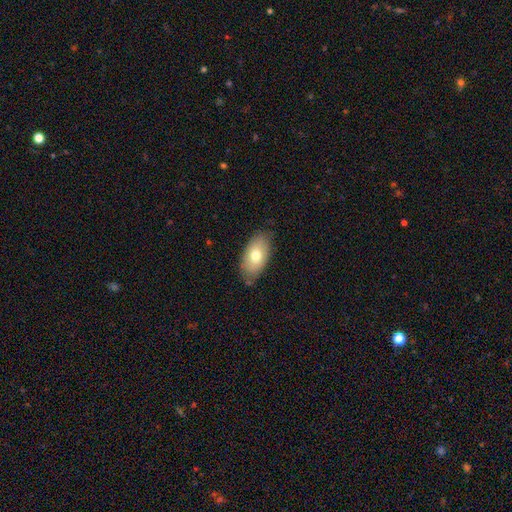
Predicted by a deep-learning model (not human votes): Overall: smooth (72%). How rounded: in between (92%). Merging: none (79%).